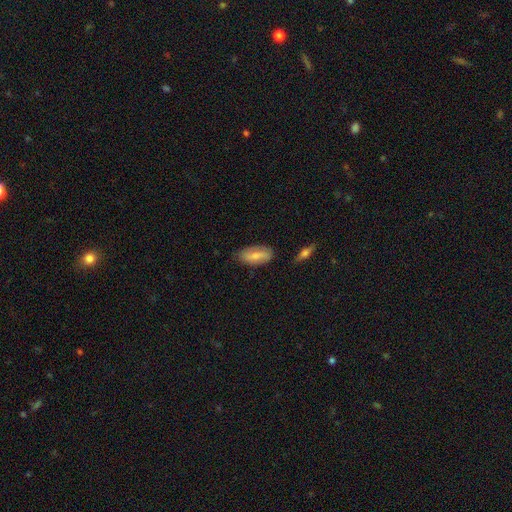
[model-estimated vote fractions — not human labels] Smooth or featured?
  - smooth: 68% *
  - featured or disk: 26%
  - star or artifact: 6%
How rounded?
  - in between: 87% *
  - cigar-shaped: 11%
  - round: 3%
Merging?
  - none: 77% *
  - minor disturbance: 18%
  - major disturbance: 3%
  - merger: 2%